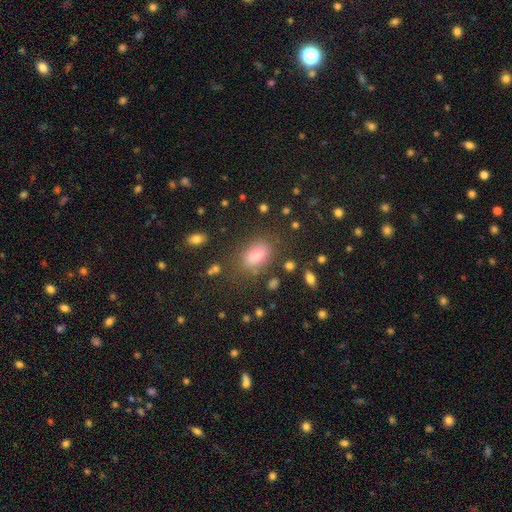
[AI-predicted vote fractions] Smooth or featured?
  - smooth: 71% *
  - star or artifact: 21%
  - featured or disk: 8%
How rounded?
  - in between: 75% *
  - round: 23%
  - cigar-shaped: 2%
Merging?
  - none: 82% *
  - minor disturbance: 10%
  - major disturbance: 4%
  - merger: 4%